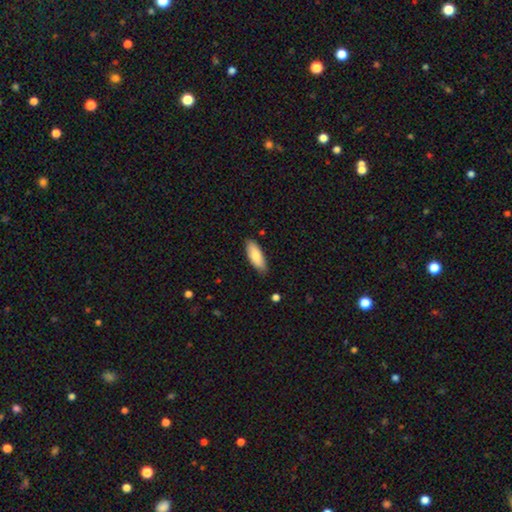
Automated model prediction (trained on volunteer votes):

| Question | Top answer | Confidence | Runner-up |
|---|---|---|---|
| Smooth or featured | smooth | 82% | featured or disk (12%) |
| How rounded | in between | 71% | cigar-shaped (28%) |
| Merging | none | 85% | minor disturbance (12%) |